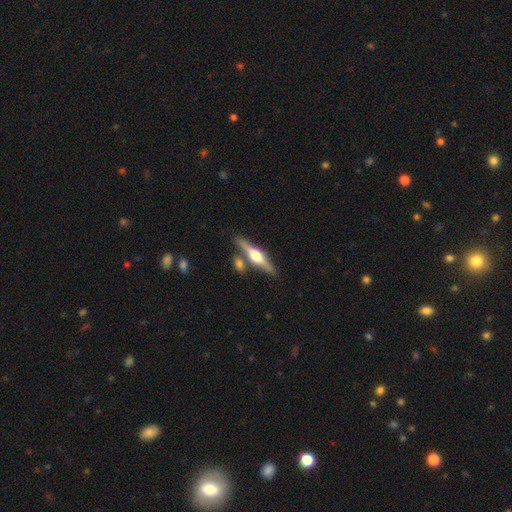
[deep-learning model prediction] A featured or disk galaxy (75%) viewed edge-on (97%) with a rounded central bulge (90%).

Vote fractions:
- Smooth or featured? featured or disk: 75% / smooth: 20% / star or artifact: 6%
- Edge-on disk? yes: 97% / no: 3%
- Edge-on bulge? rounded: 90% / boxy: 8% / none: 2%
- Merging? none: 75% / merger: 12% / minor disturbance: 10% / major disturbance: 3%